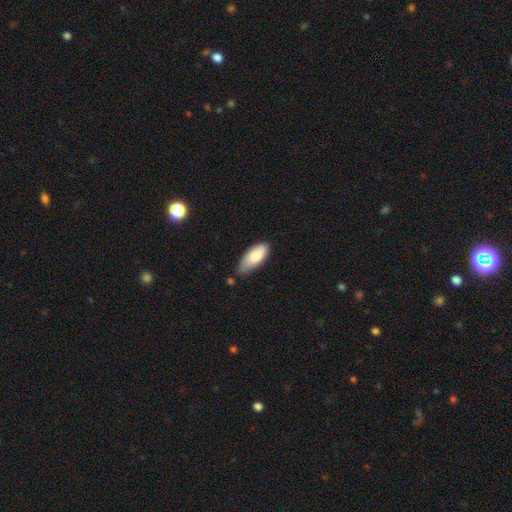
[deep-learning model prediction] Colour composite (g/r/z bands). It shows a smooth galaxy with no disk features (84%) that is in between round and cigar-shaped (86%). Merging: none (55%).